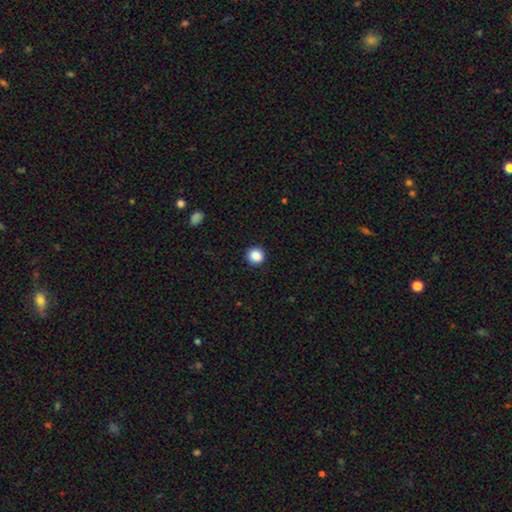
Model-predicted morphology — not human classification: Smooth or featured: smooth — 87% (star or artifact — 9%)
How rounded: round — 92% (in between — 7%)
Merging: none — 92% (minor disturbance — 5%)